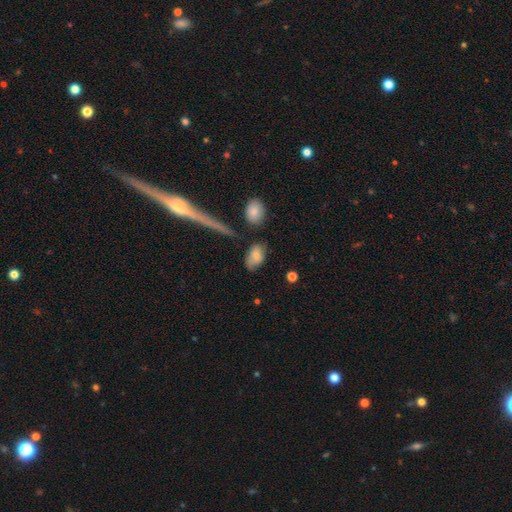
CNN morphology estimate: smooth-or-featured: smooth: 72% | featured or disk: 20% | star or artifact: 8%
  how-rounded: in between: 88% | round: 9% | cigar-shaped: 3%
  merging: none: 59% | minor disturbance: 25% | major disturbance: 10% | merger: 7%